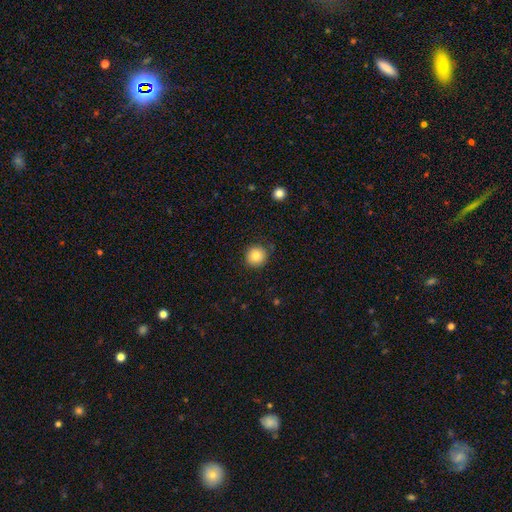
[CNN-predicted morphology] Overall: smooth (83%). How rounded: round (94%). Merging: none (86%).